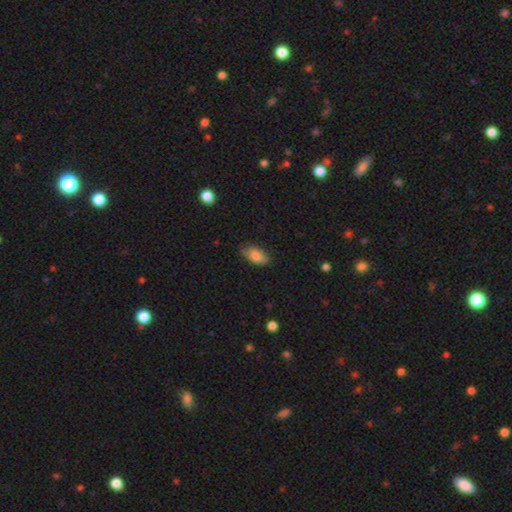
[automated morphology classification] smooth 84%, featured or disk 9%, star or artifact 7%. Down the decision tree: how rounded — in between (91%); merging — none (73%).